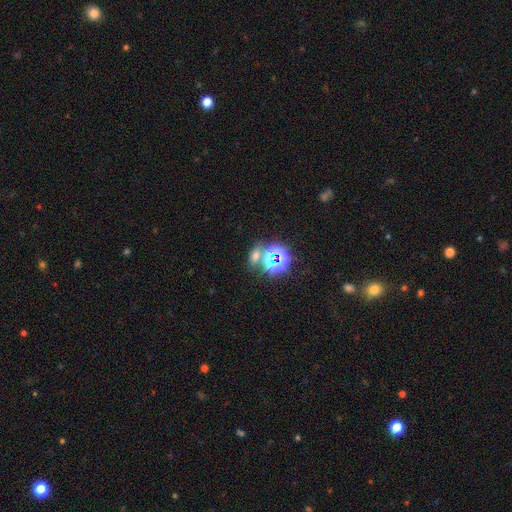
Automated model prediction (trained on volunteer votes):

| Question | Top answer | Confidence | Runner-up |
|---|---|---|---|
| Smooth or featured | smooth | 46% | star or artifact (44%) |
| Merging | none | 66% | merger (18%) |